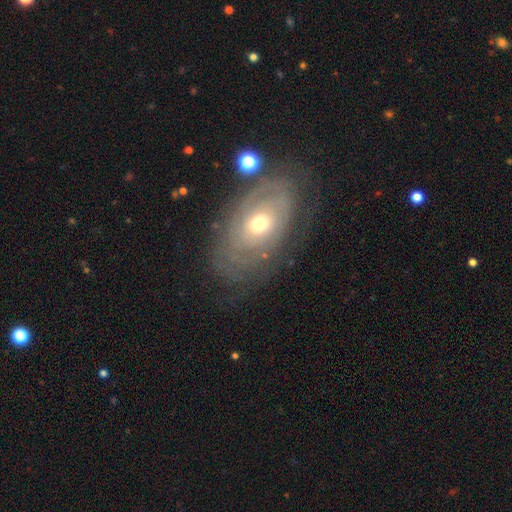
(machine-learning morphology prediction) Smooth or featured: featured or disk — 70% (smooth — 22%)
Edge-on disk: no — 92% (yes — 8%)
Bar: no — 80% (weak — 16%)
Spiral arms: yes — 65% (no — 35%)
Bulge size: moderate — 61% (small — 34%)
Merging: none — 74% (minor disturbance — 16%)